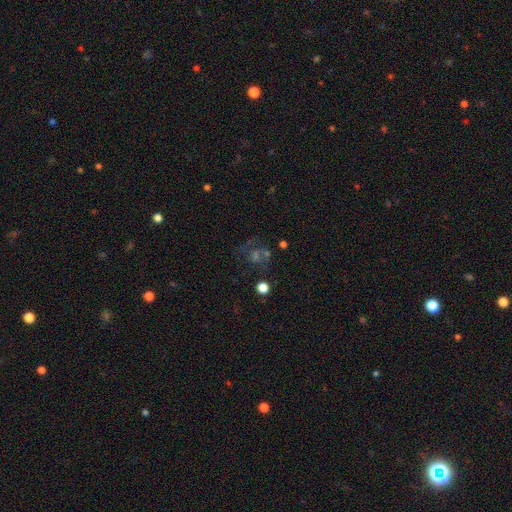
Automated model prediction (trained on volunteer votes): featured or disk 38%, star or artifact 35%, smooth 27%. Down the decision tree: merging — none (45%).